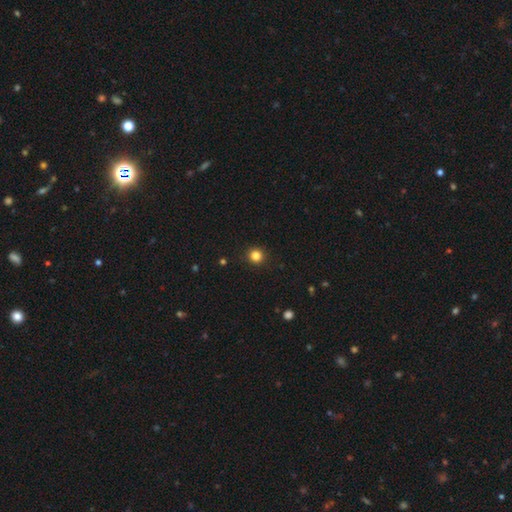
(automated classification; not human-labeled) Smooth or featured? smooth (83%)
How rounded? round (94%)
Merging? none (92%)